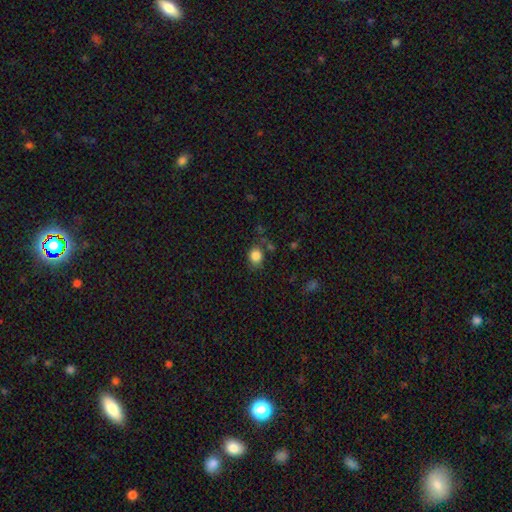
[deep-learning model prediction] smooth 84%, star or artifact 10%, featured or disk 5%. Down the decision tree: how rounded — round (65%); merging — none (71%).